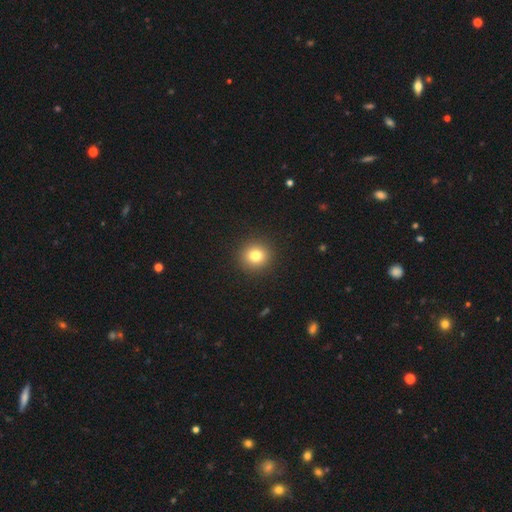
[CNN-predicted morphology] This appears to be a smooth galaxy with no disk features (80%) that is round (91%). Merging: none (92%).